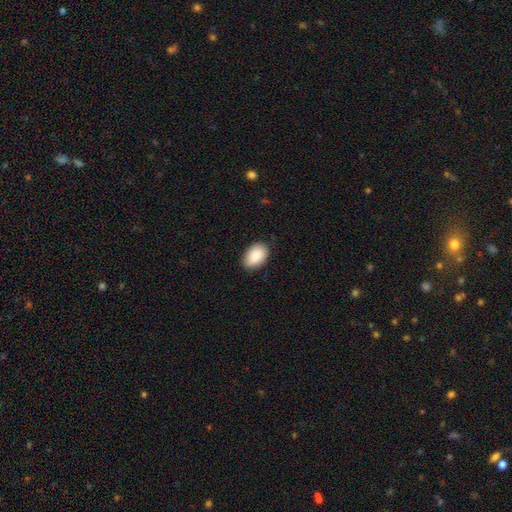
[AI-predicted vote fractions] Morphology: type=smooth (89%); roundness=in between (89%); merging=none (84%).